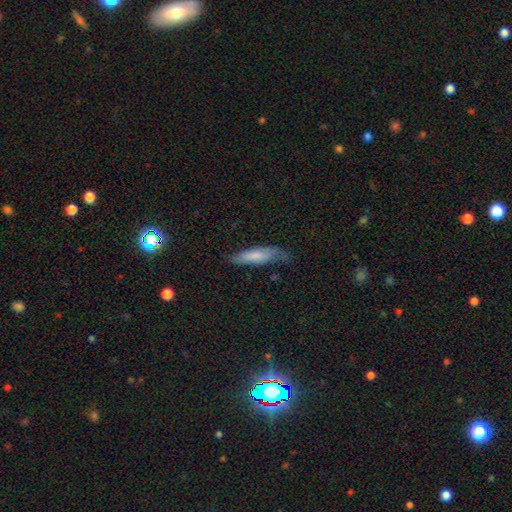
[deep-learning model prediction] This is likely a smooth galaxy (68%). How rounded: likely cigar-shaped (72%). Merging: likely none (63%).